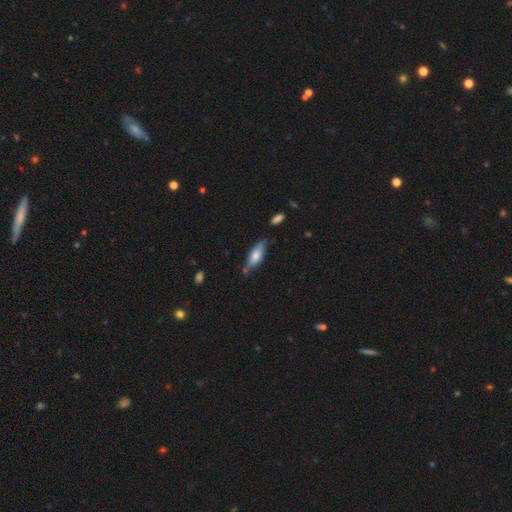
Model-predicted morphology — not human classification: smooth-or-featured: smooth: 68% | featured or disk: 25% | star or artifact: 6%
  how-rounded: in between: 61% | cigar-shaped: 37% | round: 2%
  merging: none: 66% | minor disturbance: 23% | merger: 7% | major disturbance: 4%